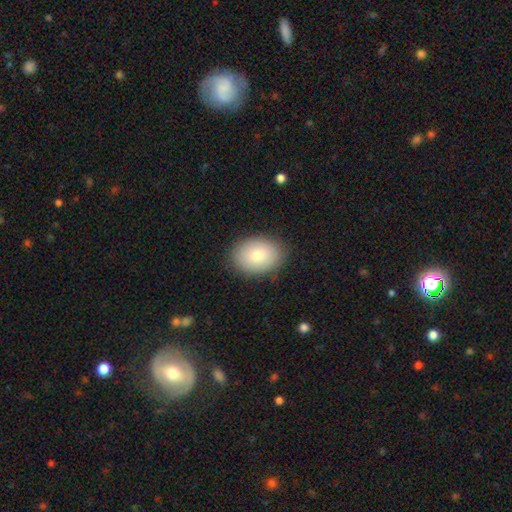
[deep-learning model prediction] This appears to be a smooth galaxy with no disk features (81%) that is in between round and cigar-shaped (73%). Merging: none (88%).